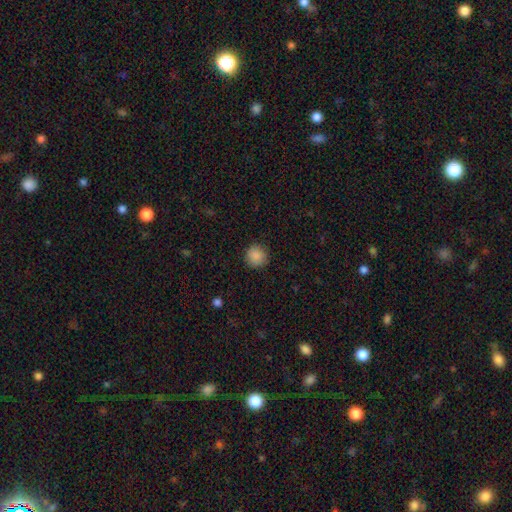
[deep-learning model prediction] Smooth or featured? smooth (88%)
How rounded? round (93%)
Merging? none (89%)